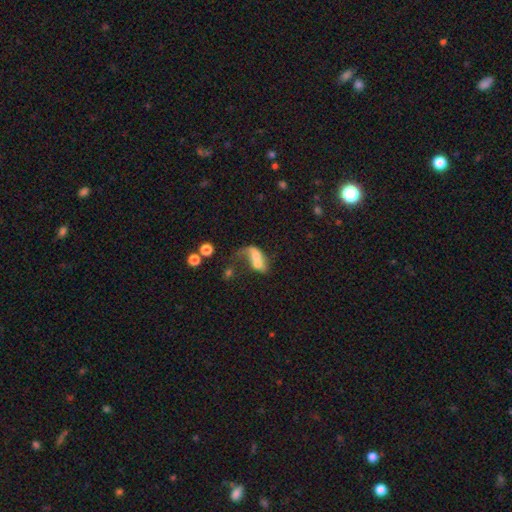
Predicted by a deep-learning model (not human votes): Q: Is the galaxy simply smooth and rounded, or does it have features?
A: smooth — 49%.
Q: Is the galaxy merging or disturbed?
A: merger — 49%.